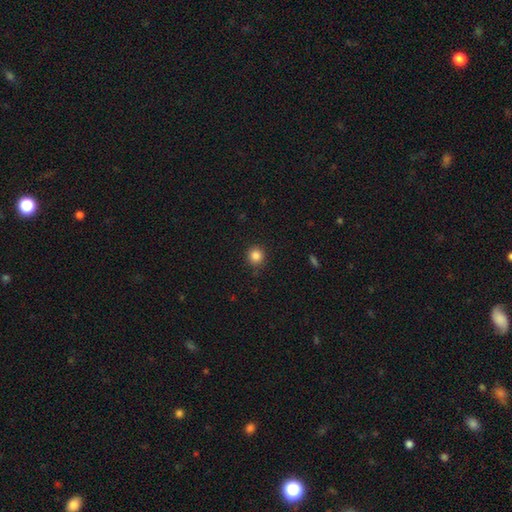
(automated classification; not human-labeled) A smooth galaxy with no disk features (84%) that is round (93%). Merging: none (89%).